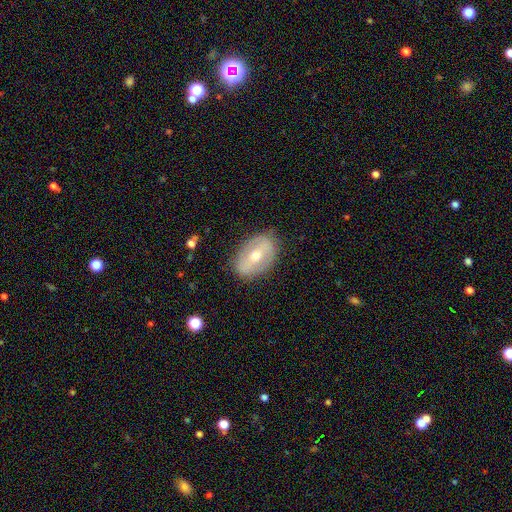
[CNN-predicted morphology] featured or disk 61%, smooth 32%, star or artifact 7%. Down the decision tree: edge-on disk — no (91%); bar — strong (45%); spiral arms — no (65%); bulge size — moderate (63%); merging — none (81%).